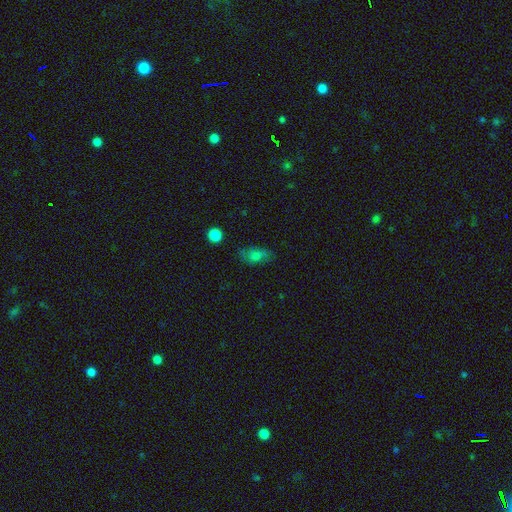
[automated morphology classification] smooth_or_featured: smooth (p=0.72) [alt: featured or disk p=0.16]
how_rounded: in between (p=0.86) [alt: round p=0.09]
merging: none (p=0.66) [alt: minor disturbance p=0.24]